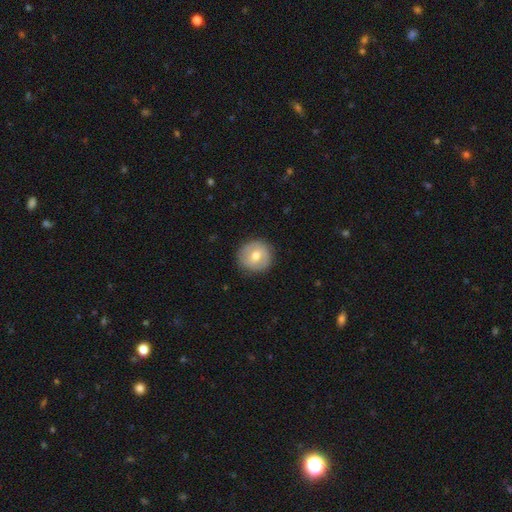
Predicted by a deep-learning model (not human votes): Overall: smooth (56%; featured or disk 37%). How rounded: round (92%). Merging: none (87%).